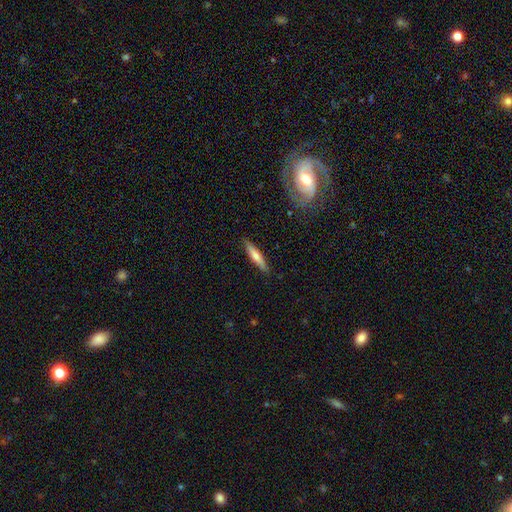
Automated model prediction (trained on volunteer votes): Q: Smooth or featured?
A: smooth (57%); runner-up: featured or disk (37%)
Q: How rounded?
A: cigar-shaped (89%); runner-up: in between (9%)
Q: Merging?
A: none (89%); runner-up: minor disturbance (8%)